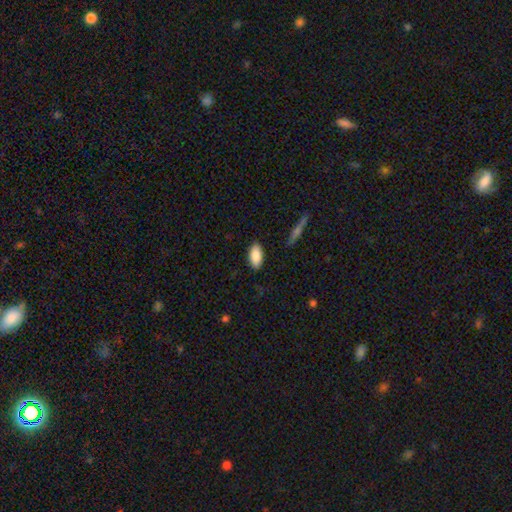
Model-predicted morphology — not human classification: Smooth or featured?
  - smooth: 88% *
  - star or artifact: 6%
  - featured or disk: 6%
How rounded?
  - in between: 91% *
  - cigar-shaped: 7%
  - round: 2%
Merging?
  - none: 87% *
  - minor disturbance: 9%
  - major disturbance: 2%
  - merger: 1%